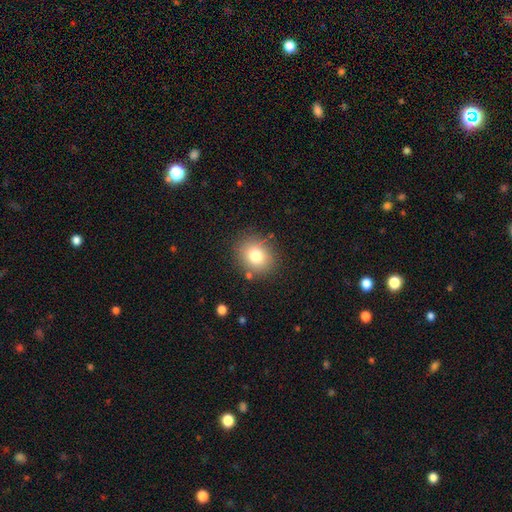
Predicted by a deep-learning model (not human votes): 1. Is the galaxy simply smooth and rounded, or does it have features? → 78% smooth, 12% star or artifact, 10% featured or disk.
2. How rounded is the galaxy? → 72% round, 27% in between, 1% cigar-shaped.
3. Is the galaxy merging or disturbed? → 84% none, 10% minor disturbance, 3% major disturbance, 3% merger.